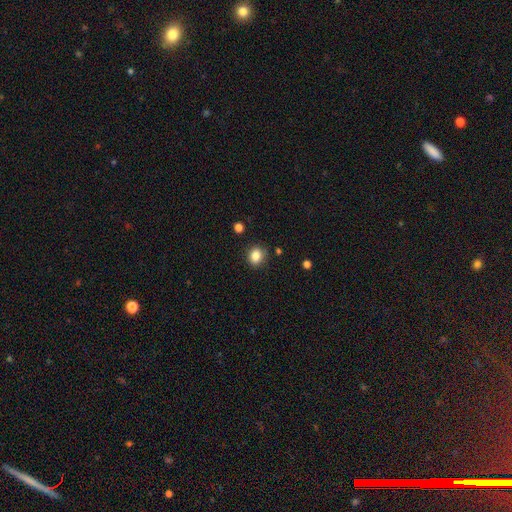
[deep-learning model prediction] smooth 85%, star or artifact 10%, featured or disk 5%. Down the decision tree: how rounded — round (62%); merging — none (84%).